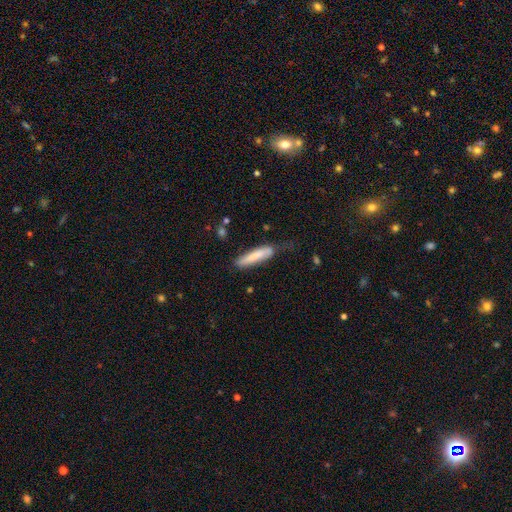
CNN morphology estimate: Smooth or featured? smooth (77%)
How rounded? cigar-shaped (84%)
Merging? none (62%)